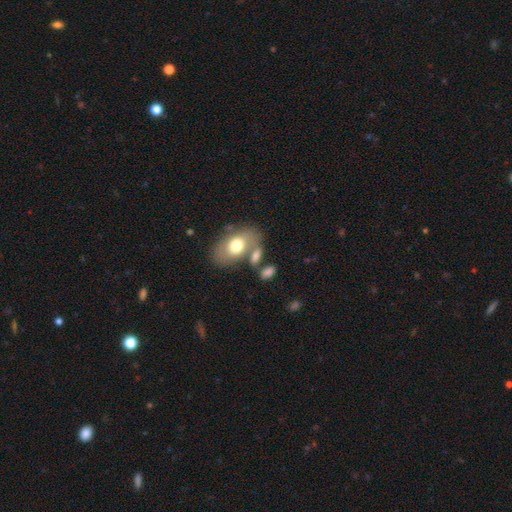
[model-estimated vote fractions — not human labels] Smooth or featured? Predicted: smooth (p=0.67). How rounded? Predicted: in between (p=0.85). Merging? Predicted: none (p=0.51).